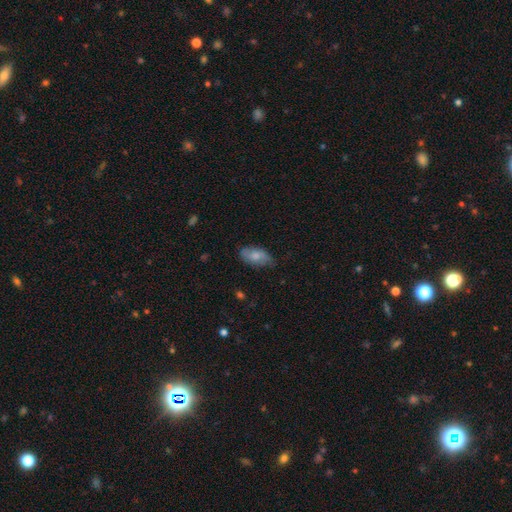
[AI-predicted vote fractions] A smooth galaxy with no disk features (72%) that is in between round and cigar-shaped (92%). Merging: none (65%).